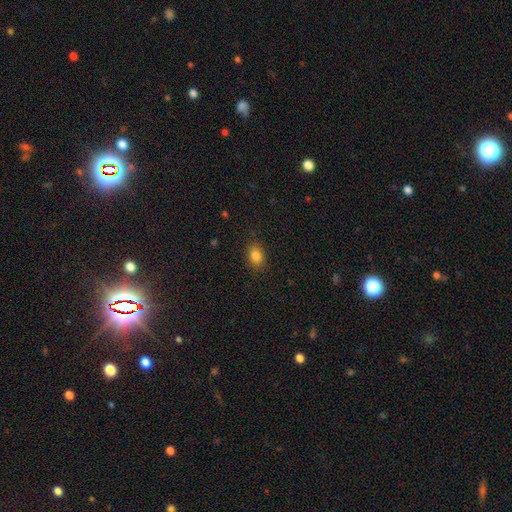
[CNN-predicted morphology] Smooth or featured? Predicted: smooth (p=0.84). How rounded? Predicted: in between (p=0.74). Merging? Predicted: none (p=0.86).